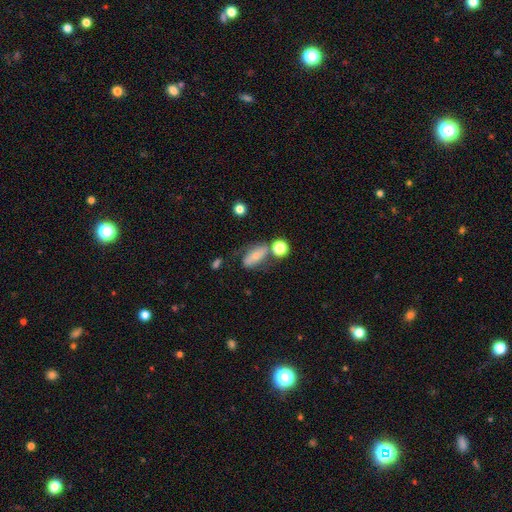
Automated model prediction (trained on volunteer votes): The model was most divided on "smooth or featured": smooth: 57%, featured or disk: 33%, star or artifact: 10%. More confident: how rounded — in between (80%); merging — none (50%).